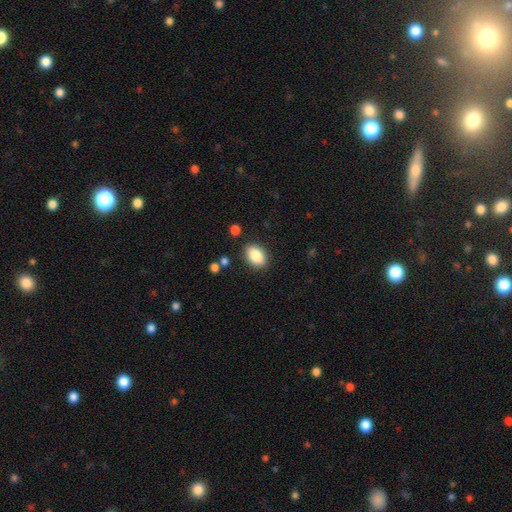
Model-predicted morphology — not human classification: type=smooth (87%); roundness=in between (85%); merging=none (87%).